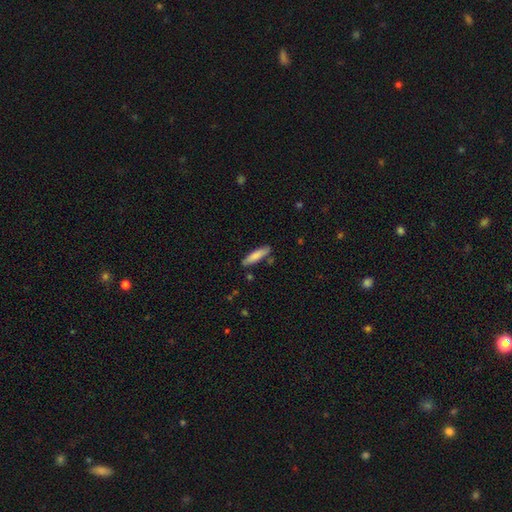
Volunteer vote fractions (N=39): A smooth galaxy with no disk features (87%) that is cigar-shaped (85%).

Vote fractions:
- Smooth or featured? smooth: 87% / featured or disk: 13% / star or artifact: 0%
- How rounded? cigar-shaped: 85% / in between: 12% / round: 3%
- Merging? none: 87% / major disturbance: 8% / minor disturbance: 3% / merger: 3%